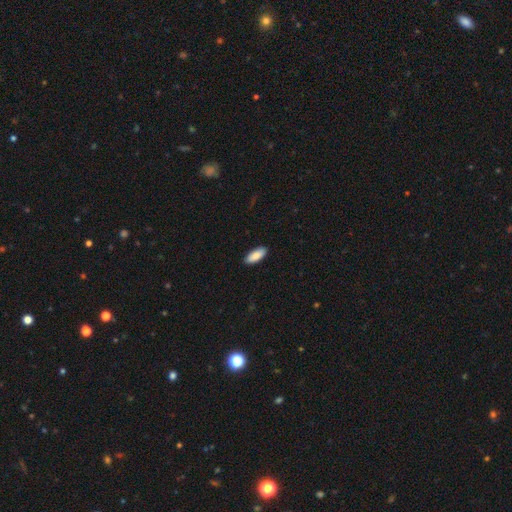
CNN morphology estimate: A smooth galaxy with no disk features (88%) that is in between round and cigar-shaped (81%).

Vote fractions:
- Smooth or featured? smooth: 88% / featured or disk: 7% / star or artifact: 6%
- How rounded? in between: 81% / cigar-shaped: 17% / round: 2%
- Merging? none: 90% / minor disturbance: 8% / major disturbance: 2% / merger: 1%